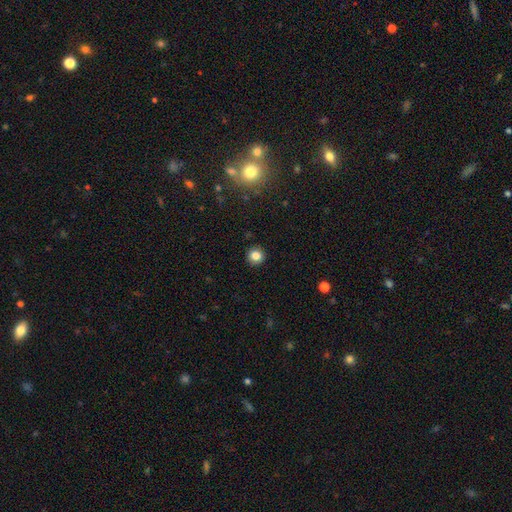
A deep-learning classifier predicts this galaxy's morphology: Smooth or featured? smooth (83%)
How rounded? round (94%)
Merging? none (92%)